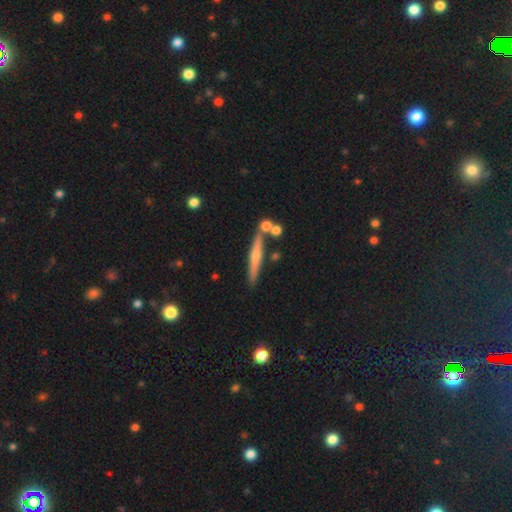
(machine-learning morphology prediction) Smooth or featured? Predicted: featured or disk (p=0.51). Edge-on disk? Predicted: yes (p=0.95). Merging? Predicted: none (p=0.78).